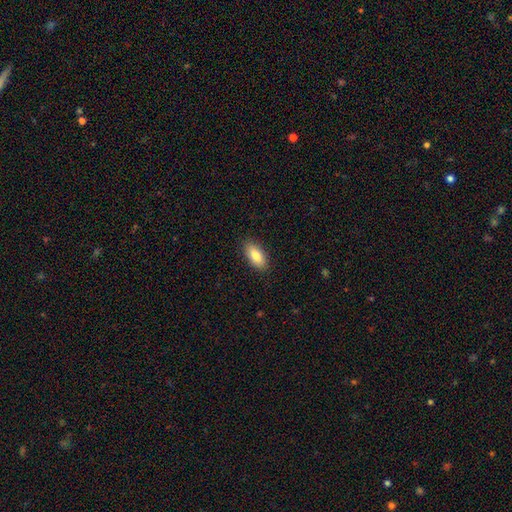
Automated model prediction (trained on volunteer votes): Smooth or featured?
  - smooth: 83% *
  - featured or disk: 11%
  - star or artifact: 7%
How rounded?
  - in between: 87% *
  - cigar-shaped: 10%
  - round: 3%
Merging?
  - none: 88% *
  - minor disturbance: 9%
  - major disturbance: 2%
  - merger: 1%